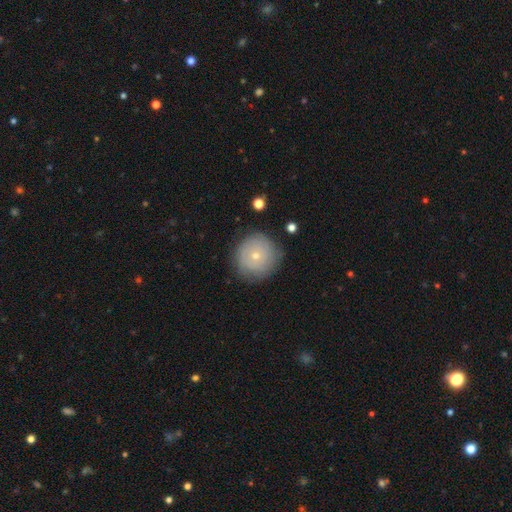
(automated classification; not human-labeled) smooth-or-featured: smooth: 57% | featured or disk: 34% | star or artifact: 9%
  how-rounded: round: 94% | in between: 6% | cigar-shaped: 1%
  merging: none: 80% | minor disturbance: 14% | major disturbance: 4% | merger: 1%